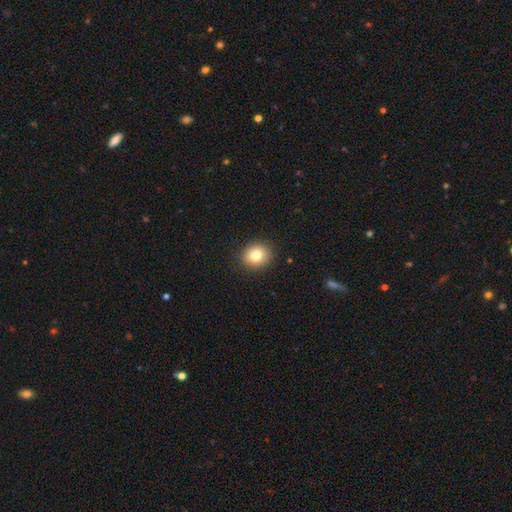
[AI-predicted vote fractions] Q: Smooth or featured?
A: smooth (81%); runner-up: star or artifact (10%)
Q: How rounded?
A: round (69%); runner-up: in between (30%)
Q: Merging?
A: none (89%); runner-up: minor disturbance (8%)